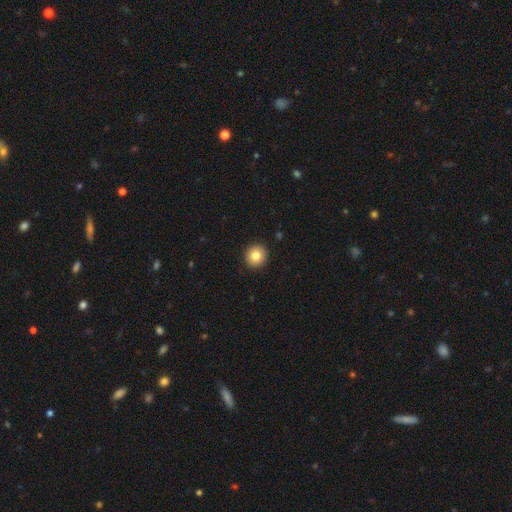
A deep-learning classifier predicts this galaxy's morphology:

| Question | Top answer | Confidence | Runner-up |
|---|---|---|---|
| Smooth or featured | smooth | 82% | star or artifact (9%) |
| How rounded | round | 93% | in between (6%) |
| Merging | none | 93% | minor disturbance (5%) |